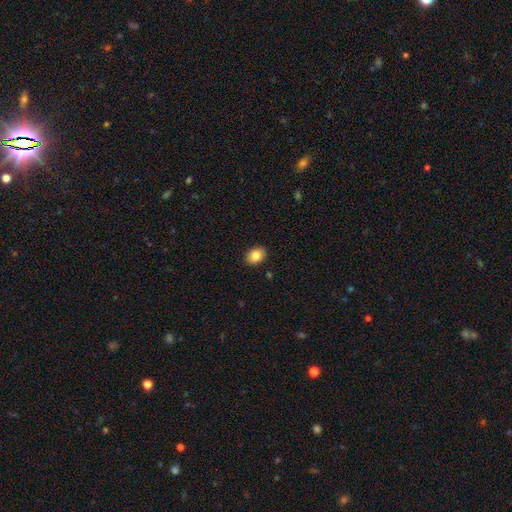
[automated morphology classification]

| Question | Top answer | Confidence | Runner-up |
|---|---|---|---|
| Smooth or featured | smooth | 84% | star or artifact (8%) |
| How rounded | in between | 65% | round (34%) |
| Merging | none | 90% | minor disturbance (7%) |